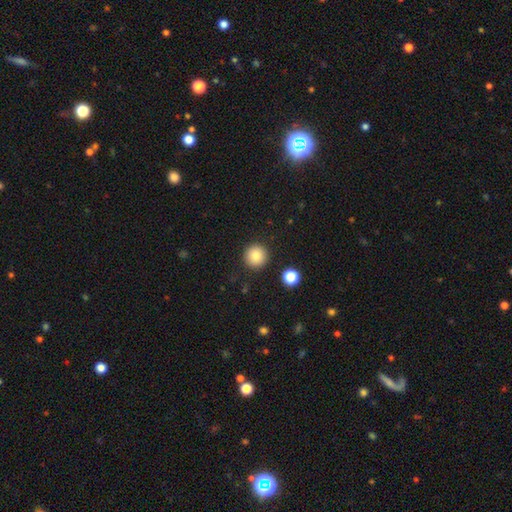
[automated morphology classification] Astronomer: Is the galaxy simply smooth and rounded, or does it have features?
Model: smooth — 84%.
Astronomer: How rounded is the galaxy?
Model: round — 96%.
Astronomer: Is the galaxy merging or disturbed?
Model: none — 91%.